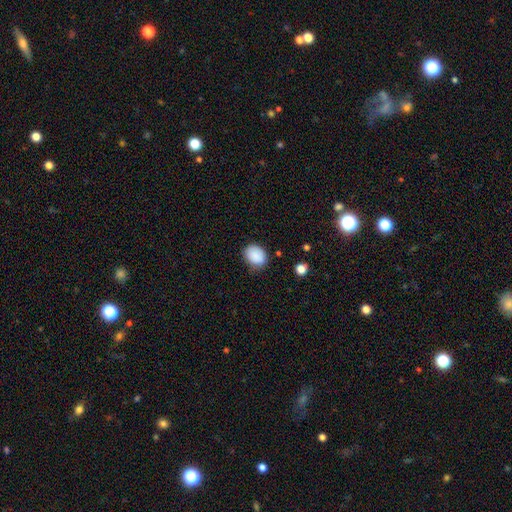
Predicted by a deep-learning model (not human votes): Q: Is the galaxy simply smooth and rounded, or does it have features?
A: smooth — 88%.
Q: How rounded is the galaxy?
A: in between — 55%.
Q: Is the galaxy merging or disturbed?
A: none — 75%.